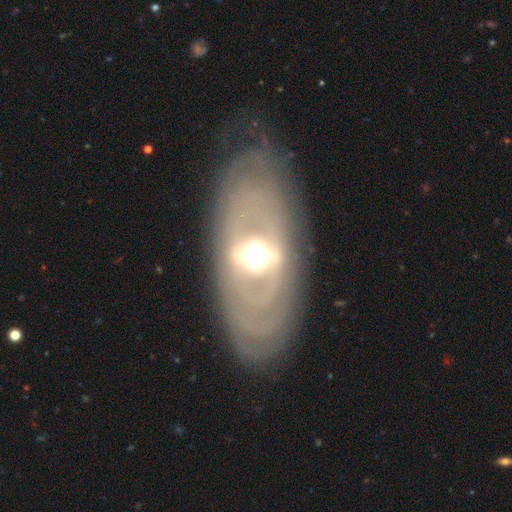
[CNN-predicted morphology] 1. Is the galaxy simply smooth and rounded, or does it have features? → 74% featured or disk, 20% smooth, 6% star or artifact.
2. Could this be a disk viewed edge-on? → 86% no, 14% yes.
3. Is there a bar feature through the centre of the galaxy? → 36% no, 33% strong, 31% weak.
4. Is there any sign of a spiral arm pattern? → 59% no, 41% yes.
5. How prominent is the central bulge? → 61% moderate, 28% large, 7% small, 4% dominant, 1% none.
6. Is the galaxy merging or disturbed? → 80% none, 12% minor disturbance, 6% major disturbance, 2% merger.